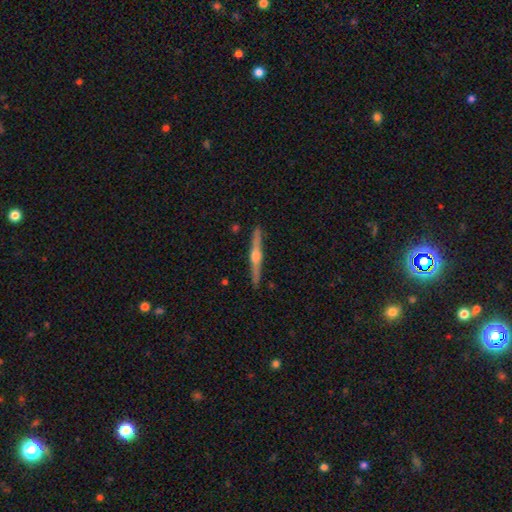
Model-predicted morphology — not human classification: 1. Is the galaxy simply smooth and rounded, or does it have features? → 82% featured or disk, 13% smooth, 5% star or artifact.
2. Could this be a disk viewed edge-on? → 98% yes, 2% no.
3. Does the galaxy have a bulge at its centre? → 93% rounded, 4% boxy, 3% none.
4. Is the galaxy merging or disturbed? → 92% none, 6% minor disturbance, 1% major disturbance, 1% merger.